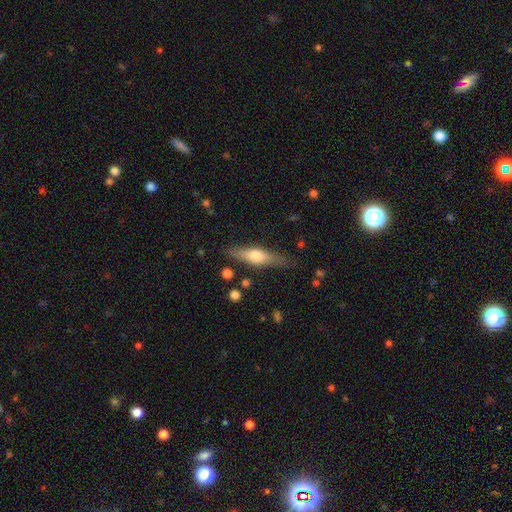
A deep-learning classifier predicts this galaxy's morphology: A featured or disk galaxy (51%) viewed edge-on (92%). Merging: none (80%).